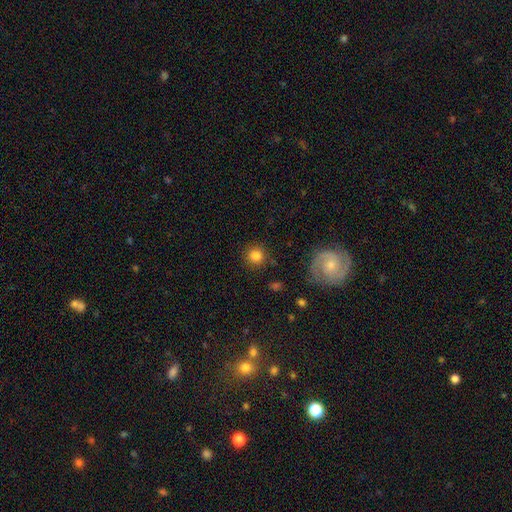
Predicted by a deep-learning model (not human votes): This appears to be a smooth galaxy with no disk features (83%) that is round (92%). Merging: none (87%).